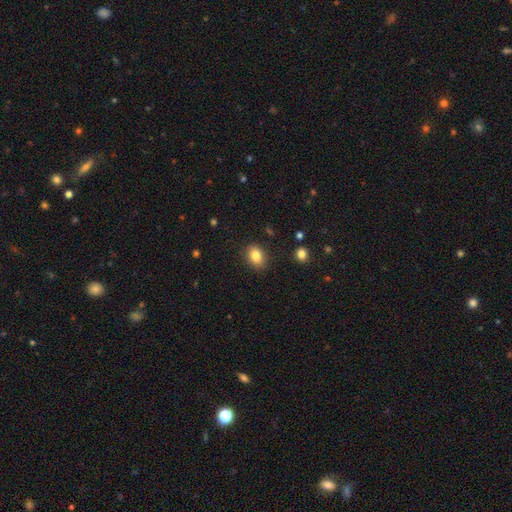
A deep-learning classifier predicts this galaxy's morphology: Q: Smooth or featured?
A: smooth (83%); runner-up: star or artifact (9%)
Q: How rounded?
A: in between (65%); runner-up: round (34%)
Q: Merging?
A: none (87%); runner-up: minor disturbance (9%)